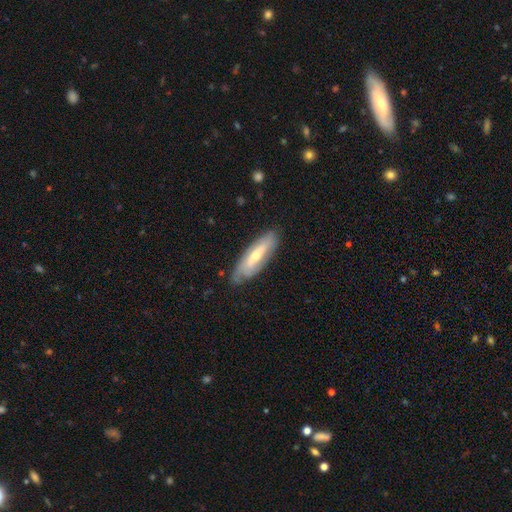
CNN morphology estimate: Overall: featured or disk (61%; smooth 33%). Edge-on disk: no (69%; yes 31%). Merging: none (75%).